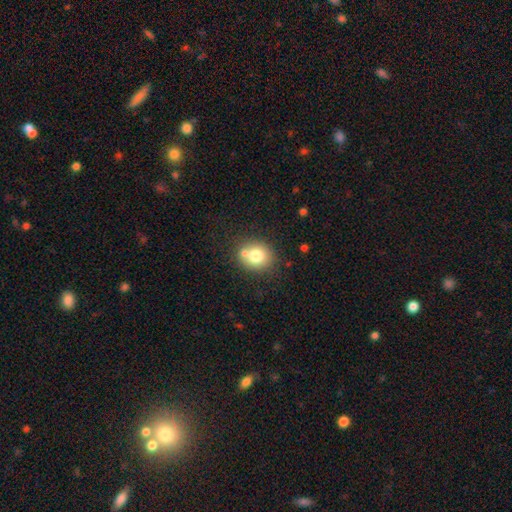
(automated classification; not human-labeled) Smooth or featured? smooth (75%)
How rounded? round (74%)
Merging? none (63%)